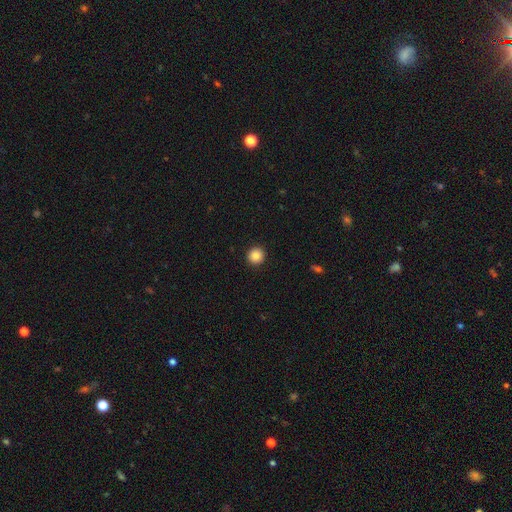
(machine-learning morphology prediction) smooth_or_featured: smooth (p=0.86) [alt: star or artifact p=0.10]
how_rounded: round (p=0.93) [alt: in between p=0.06]
merging: none (p=0.93) [alt: minor disturbance p=0.05]